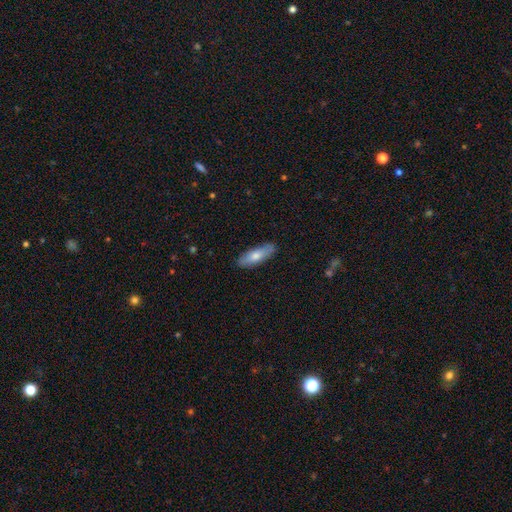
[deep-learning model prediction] Smooth or featured? Predicted: smooth (p=0.68). How rounded? Predicted: in between (p=0.49, tied with cigar-shaped). Merging? Predicted: none (p=0.87).